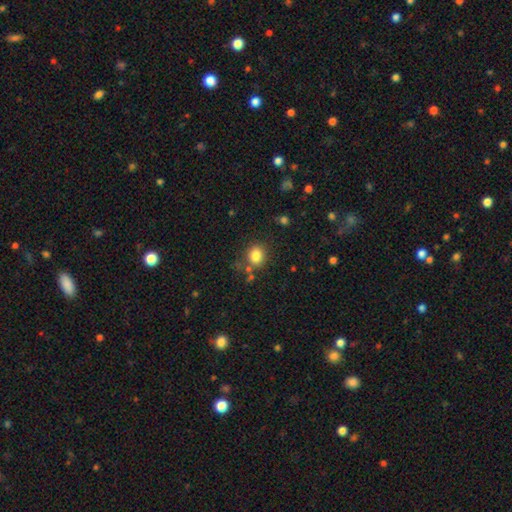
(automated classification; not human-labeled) Smooth or featured? smooth (83%)
How rounded? round (72%)
Merging? none (76%)